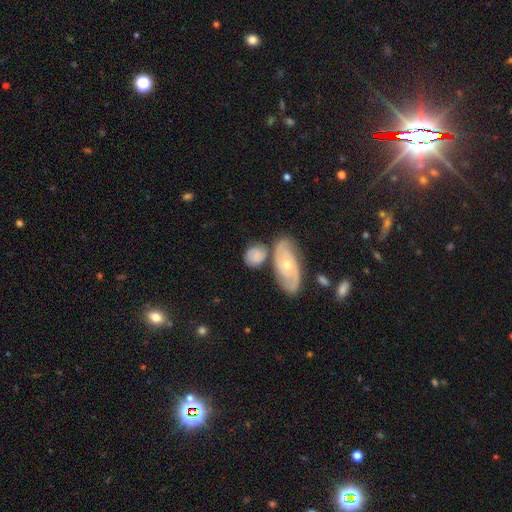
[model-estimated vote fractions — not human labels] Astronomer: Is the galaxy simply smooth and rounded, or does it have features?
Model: smooth — 57% (runner-up: featured or disk, 36%).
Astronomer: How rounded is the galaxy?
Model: in between — 51% (runner-up: round, 46%).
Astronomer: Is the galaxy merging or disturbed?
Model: none — 58%.